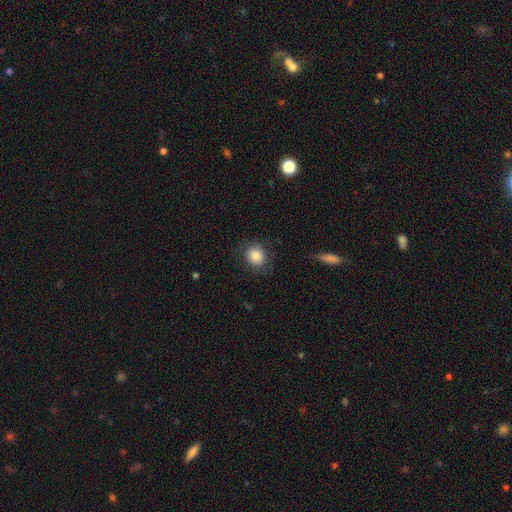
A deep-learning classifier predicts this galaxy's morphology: smooth 85%, star or artifact 9%, featured or disk 7%. Down the decision tree: how rounded — round (74%); merging — none (81%).